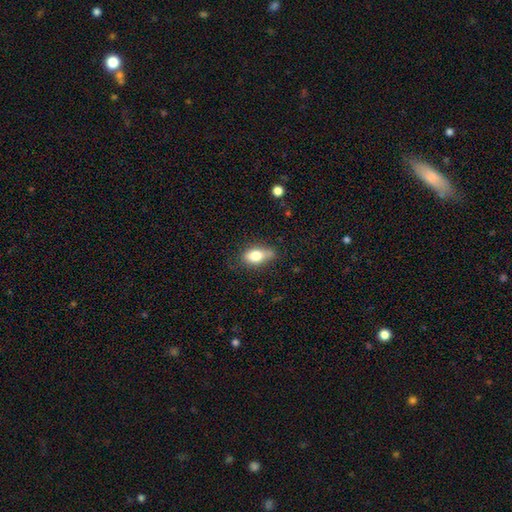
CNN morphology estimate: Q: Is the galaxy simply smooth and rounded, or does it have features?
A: smooth — 77%.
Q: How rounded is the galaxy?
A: in between — 83%.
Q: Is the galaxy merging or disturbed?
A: none — 56%.